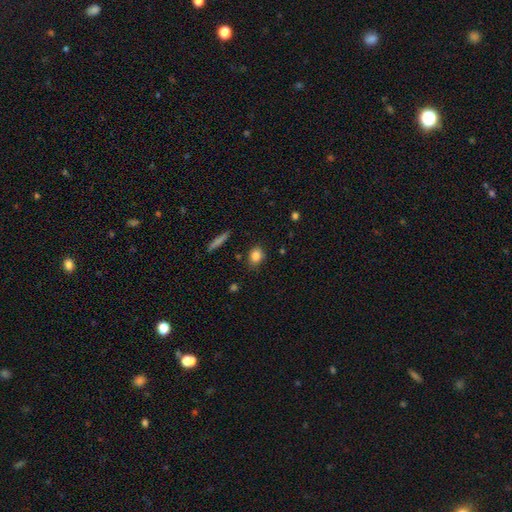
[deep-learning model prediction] smooth 84%, star or artifact 9%, featured or disk 7%. Down the decision tree: how rounded — in between (53%); merging — none (80%).